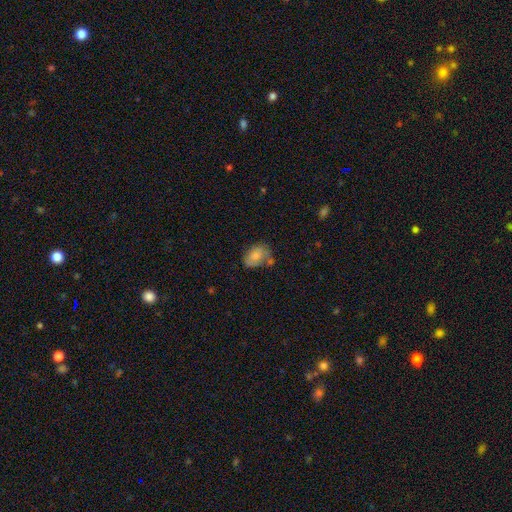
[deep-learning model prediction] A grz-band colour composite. It shows a smooth galaxy with no disk features (77%) that is in between round and cigar-shaped (80%). Merging: none (57%).